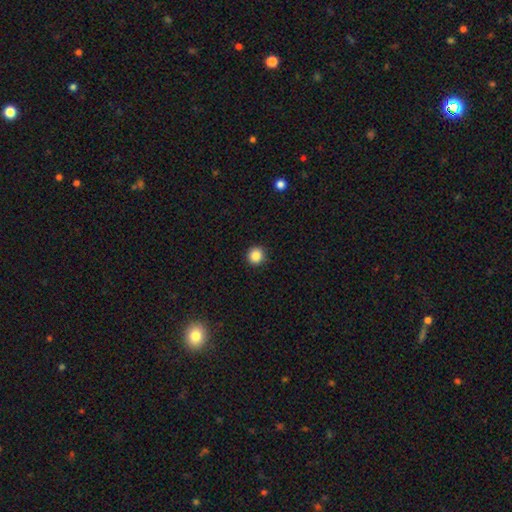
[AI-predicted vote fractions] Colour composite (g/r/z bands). It shows a smooth galaxy with no disk features (87%) that is round (95%). Merging: none (92%).